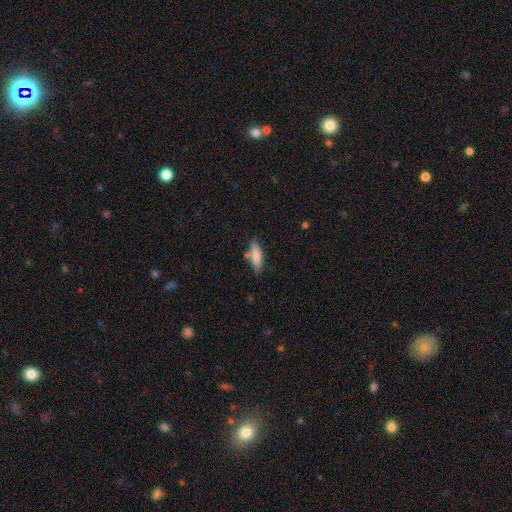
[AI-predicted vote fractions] A smooth galaxy with no disk features (83%) that is in between round and cigar-shaped (51%).

Vote fractions:
- Smooth or featured? smooth: 83% / featured or disk: 10% / star or artifact: 6%
- How rounded? in between: 51% / cigar-shaped: 48% / round: 2%
- Merging? none: 75% / minor disturbance: 14% / merger: 8% / major disturbance: 3%